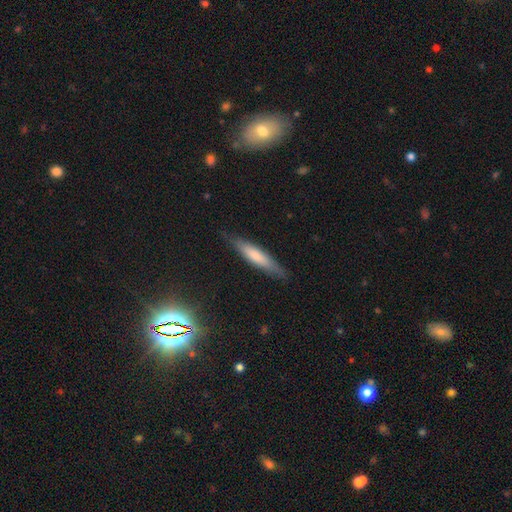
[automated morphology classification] This is likely a smooth galaxy (65%). How rounded: clearly cigar-shaped (84%). Merging: clearly none (82%).